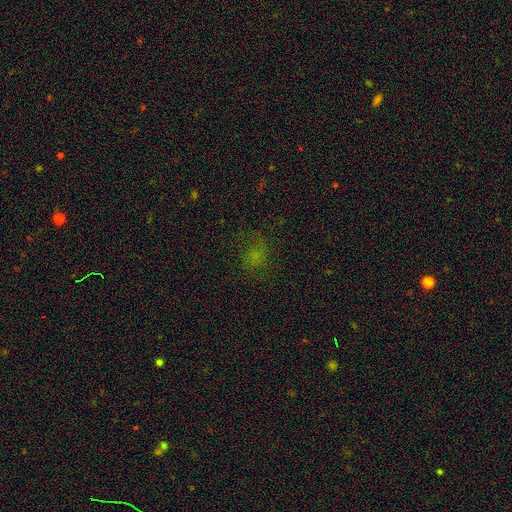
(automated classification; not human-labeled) Smooth or featured?
  - smooth: 52% *
  - star or artifact: 31%
  - featured or disk: 17%
How rounded?
  - round: 59% *
  - in between: 39%
  - cigar-shaped: 2%
Merging?
  - none: 62% *
  - minor disturbance: 20%
  - major disturbance: 16%
  - merger: 2%